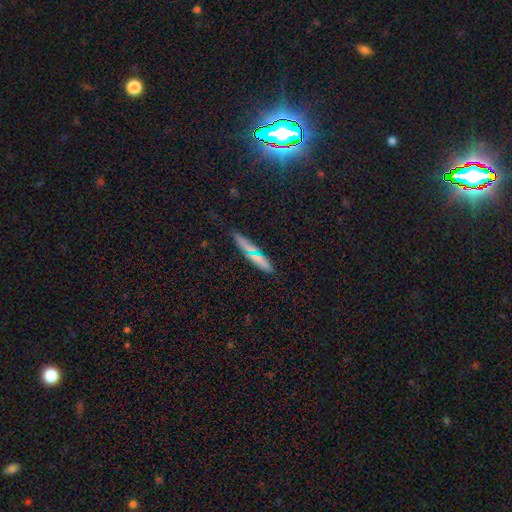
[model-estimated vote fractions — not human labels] Morphology: type=smooth (67%); roundness=cigar-shaped (76%); merging=none (80%).